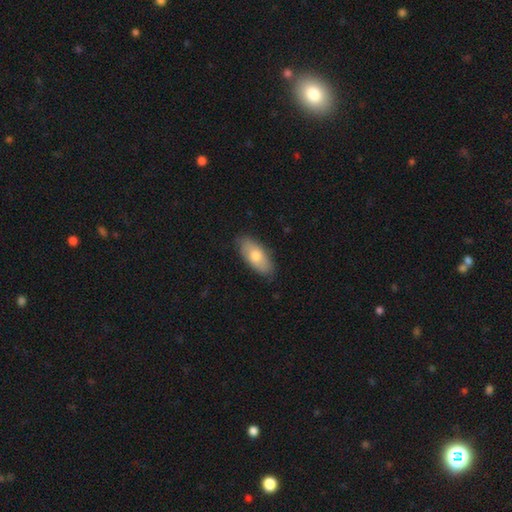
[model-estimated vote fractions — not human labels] This appears to be a smooth galaxy with no disk features (72%) that is in between round and cigar-shaped (88%). Merging: none (84%).